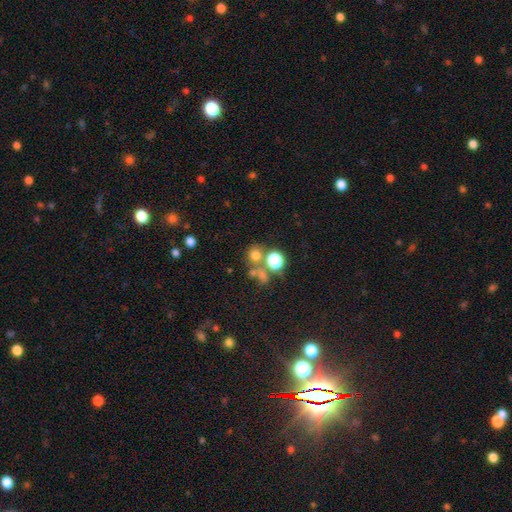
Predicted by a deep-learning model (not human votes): Smooth or featured?
  - smooth: 66% *
  - star or artifact: 24%
  - featured or disk: 11%
How rounded?
  - round: 85% *
  - in between: 14%
  - cigar-shaped: 1%
Merging?
  - none: 58% *
  - merger: 27%
  - minor disturbance: 9%
  - major disturbance: 6%